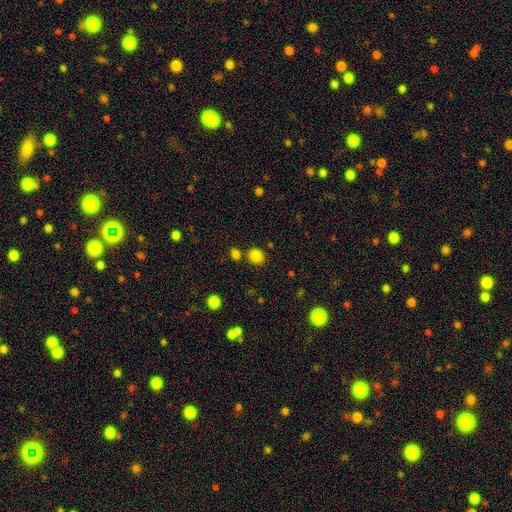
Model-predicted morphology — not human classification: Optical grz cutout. It shows a smooth galaxy with no disk features (84%) that is round (69%). Merging: none (78%).